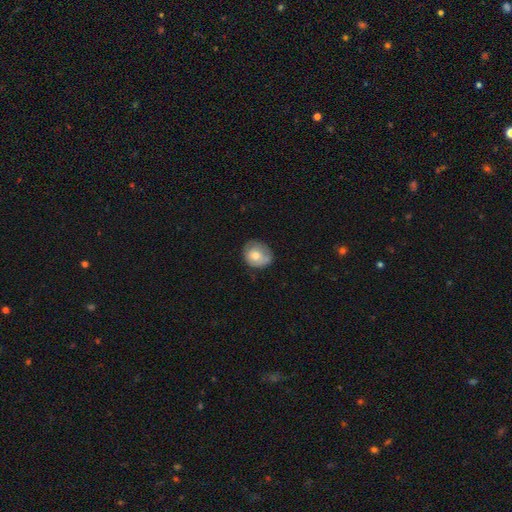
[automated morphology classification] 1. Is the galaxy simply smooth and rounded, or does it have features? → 70% smooth, 22% featured or disk, 8% star or artifact.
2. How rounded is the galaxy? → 68% round, 32% in between, 1% cigar-shaped.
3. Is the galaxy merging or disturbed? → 62% none, 29% minor disturbance, 7% major disturbance, 2% merger.